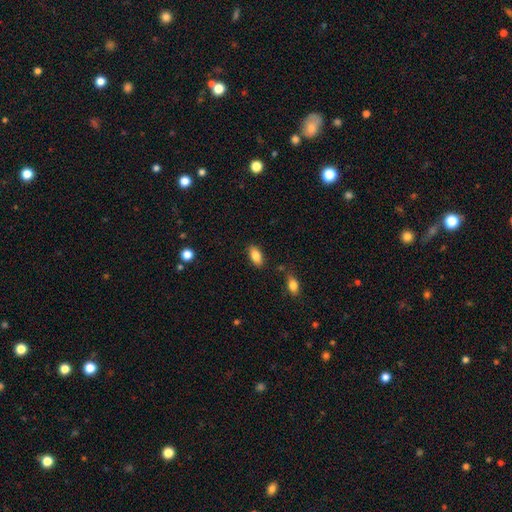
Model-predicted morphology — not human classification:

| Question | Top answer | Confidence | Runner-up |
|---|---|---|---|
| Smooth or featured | smooth | 84% | featured or disk (8%) |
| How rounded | in between | 91% | cigar-shaped (5%) |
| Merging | none | 84% | minor disturbance (10%) |